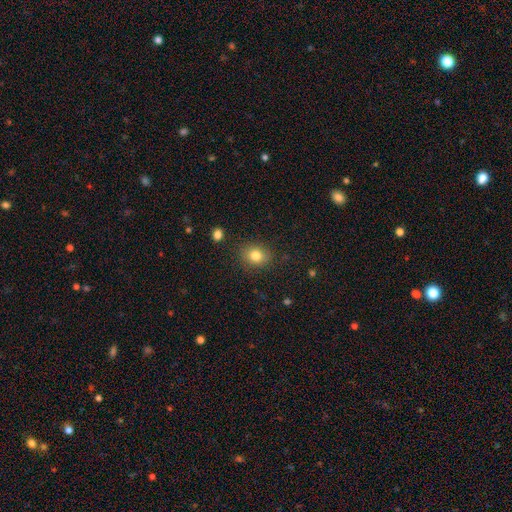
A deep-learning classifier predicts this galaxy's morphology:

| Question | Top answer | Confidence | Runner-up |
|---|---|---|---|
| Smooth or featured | smooth | 81% | star or artifact (11%) |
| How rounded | round | 58% | in between (41%) |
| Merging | none | 86% | minor disturbance (9%) |